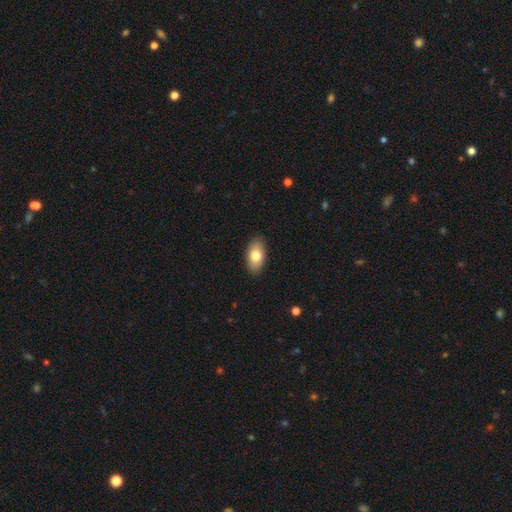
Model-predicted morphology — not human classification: Q: Smooth or featured?
A: smooth (79%); runner-up: featured or disk (14%)
Q: How rounded?
A: in between (93%); runner-up: round (4%)
Q: Merging?
A: none (88%); runner-up: minor disturbance (9%)